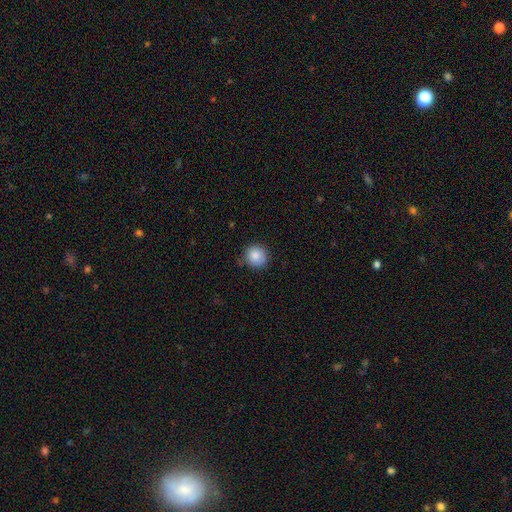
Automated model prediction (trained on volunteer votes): Overall: smooth (86%). How rounded: round (92%). Merging: none (81%).